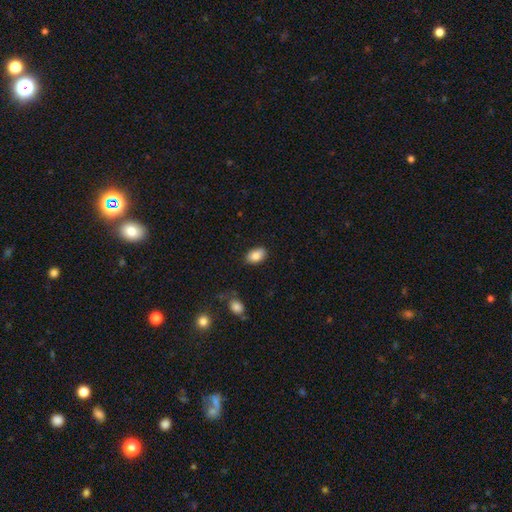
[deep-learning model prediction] Q: Smooth or featured?
A: smooth (85%); runner-up: star or artifact (8%)
Q: How rounded?
A: in between (90%); runner-up: round (9%)
Q: Merging?
A: none (84%); runner-up: minor disturbance (12%)